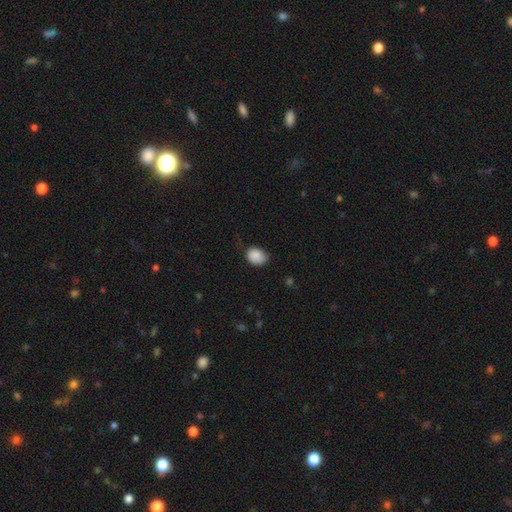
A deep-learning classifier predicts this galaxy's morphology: Smooth or featured? Predicted: smooth (p=0.88). How rounded? Predicted: in between (p=0.58). Merging? Predicted: none (p=0.61).